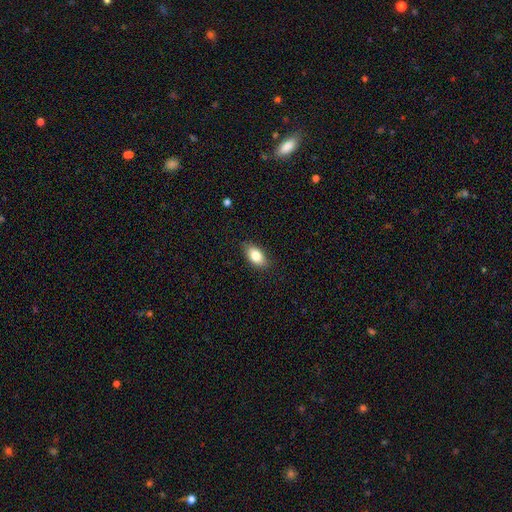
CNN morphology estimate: smooth 82%, featured or disk 10%, star or artifact 7%. Down the decision tree: how rounded — in between (90%); merging — none (85%).